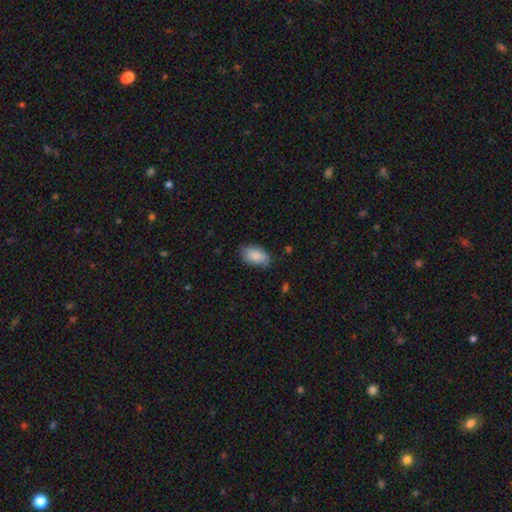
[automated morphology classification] This appears to be a smooth galaxy with no disk features (87%) that is in between round and cigar-shaped (94%). Merging: none (75%).